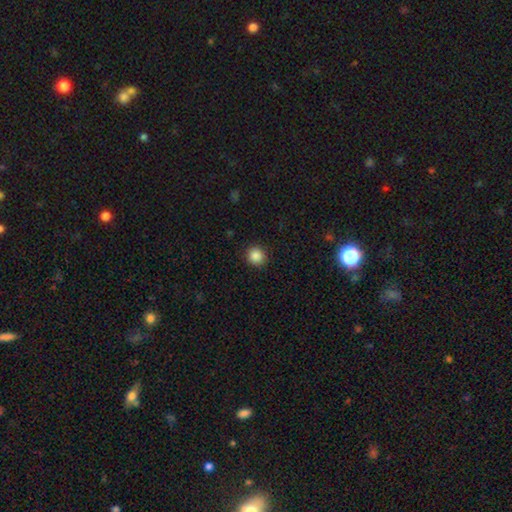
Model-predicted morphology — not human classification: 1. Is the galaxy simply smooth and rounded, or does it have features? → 87% smooth, 10% star or artifact, 3% featured or disk.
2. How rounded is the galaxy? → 92% round, 7% in between, 1% cigar-shaped.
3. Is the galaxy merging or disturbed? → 91% none, 6% minor disturbance, 2% major disturbance, 1% merger.